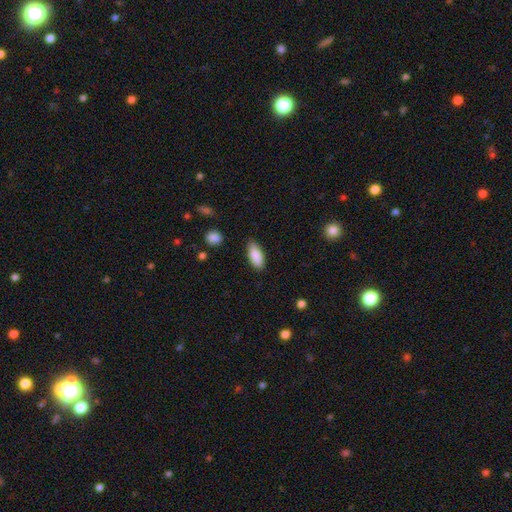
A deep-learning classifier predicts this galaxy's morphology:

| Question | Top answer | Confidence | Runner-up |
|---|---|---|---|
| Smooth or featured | smooth | 88% | star or artifact (6%) |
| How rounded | in between | 82% | cigar-shaped (16%) |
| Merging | none | 84% | minor disturbance (12%) |